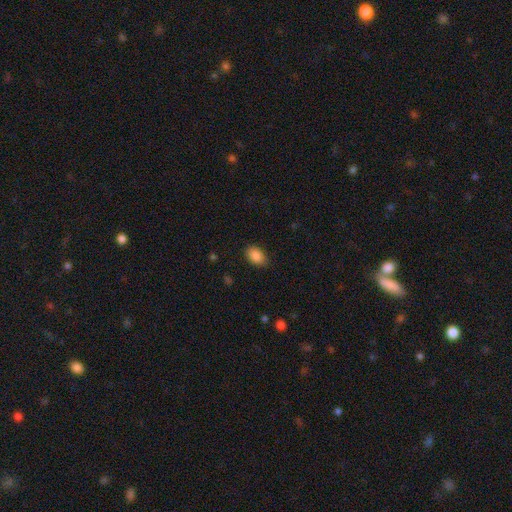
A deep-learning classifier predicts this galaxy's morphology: A smooth galaxy with no disk features (87%) that is in between round and cigar-shaped (86%). Merging: none (83%).